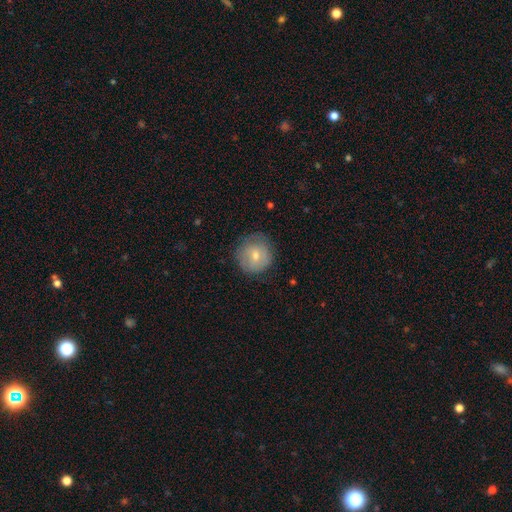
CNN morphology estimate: type=smooth (67%); roundness=round (92%); merging=none (76%).